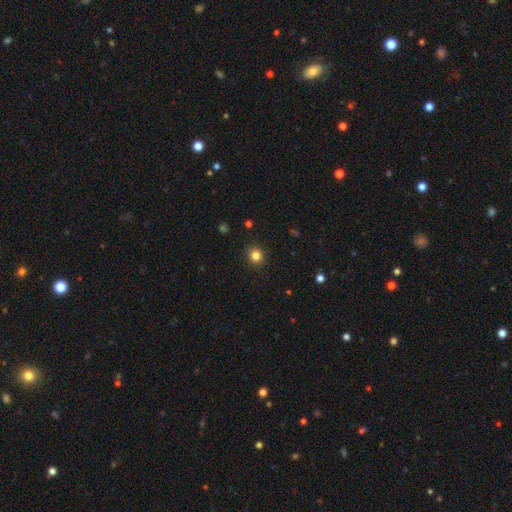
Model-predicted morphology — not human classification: A smooth galaxy with no disk features (83%) that is round (87%).

Vote fractions:
- Smooth or featured? smooth: 83% / star or artifact: 12% / featured or disk: 4%
- How rounded? round: 87% / in between: 12% / cigar-shaped: 1%
- Merging? none: 91% / minor disturbance: 6% / major disturbance: 2% / merger: 1%